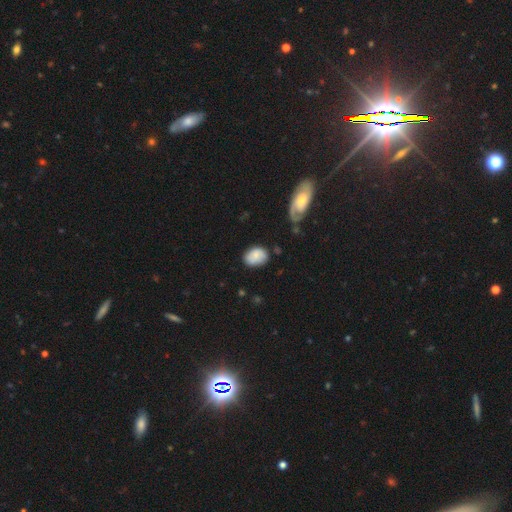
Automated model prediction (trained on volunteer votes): A smooth galaxy with no disk features (72%) that is in between round and cigar-shaped (76%). Merging: none (67%).